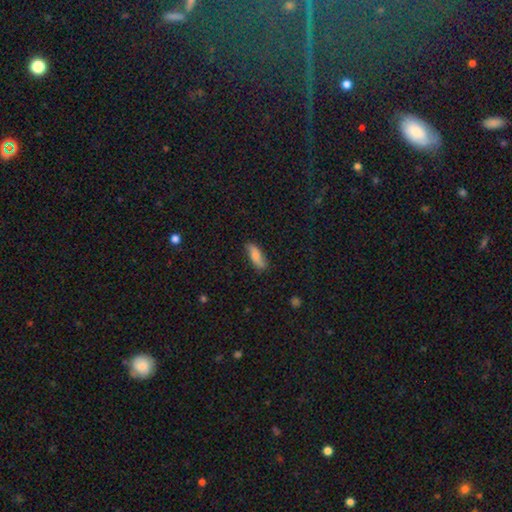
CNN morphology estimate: A smooth galaxy with no disk features (74%) that is in between round and cigar-shaped (61%).

Vote fractions:
- Smooth or featured? smooth: 74% / featured or disk: 19% / star or artifact: 6%
- How rounded? in between: 61% / cigar-shaped: 36% / round: 3%
- Merging? none: 81% / minor disturbance: 15% / major disturbance: 3% / merger: 1%